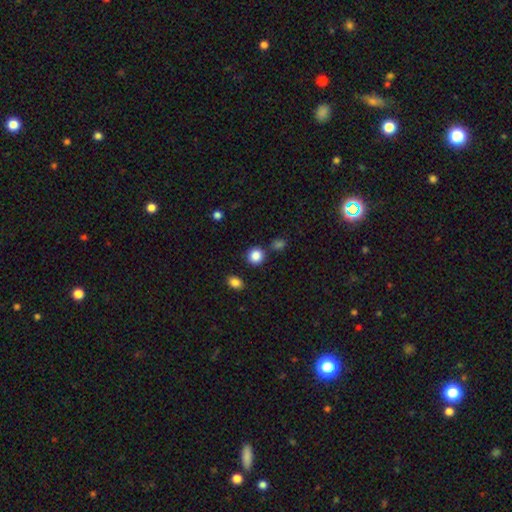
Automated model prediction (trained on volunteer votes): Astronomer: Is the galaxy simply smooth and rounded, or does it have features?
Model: smooth — 86%.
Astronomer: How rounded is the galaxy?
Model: round — 88%.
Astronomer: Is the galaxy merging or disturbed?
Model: none — 82%.